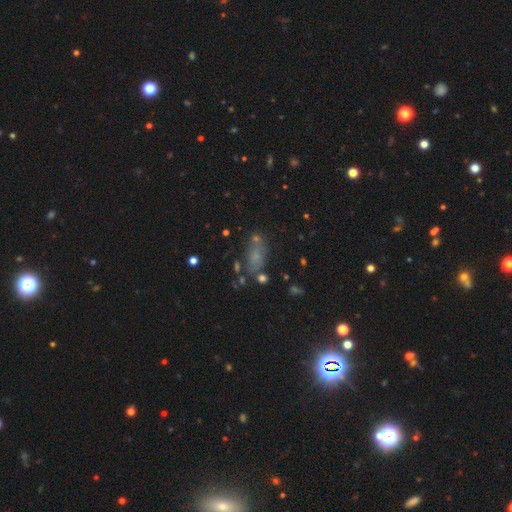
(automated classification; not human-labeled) Q: Smooth or featured?
A: smooth (58%); runner-up: star or artifact (24%)
Q: How rounded?
A: in between (78%); runner-up: cigar-shaped (12%)
Q: Merging?
A: none (56%); runner-up: minor disturbance (19%)